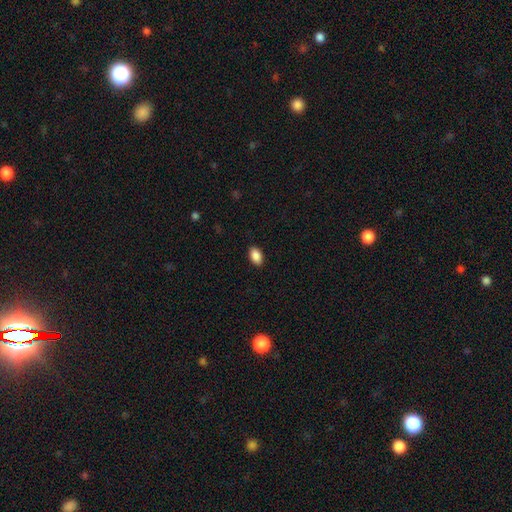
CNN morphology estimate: Smooth or featured: smooth — 89% (star or artifact — 8%)
How rounded: in between — 91% (round — 8%)
Merging: none — 90% (minor disturbance — 8%)